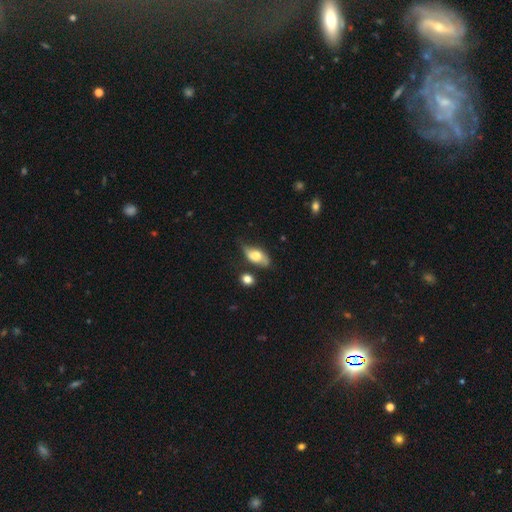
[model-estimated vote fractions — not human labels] Q: Smooth or featured?
A: smooth (59%); runner-up: featured or disk (34%)
Q: How rounded?
A: in between (86%); runner-up: cigar-shaped (8%)
Q: Merging?
A: none (54%); runner-up: minor disturbance (31%)